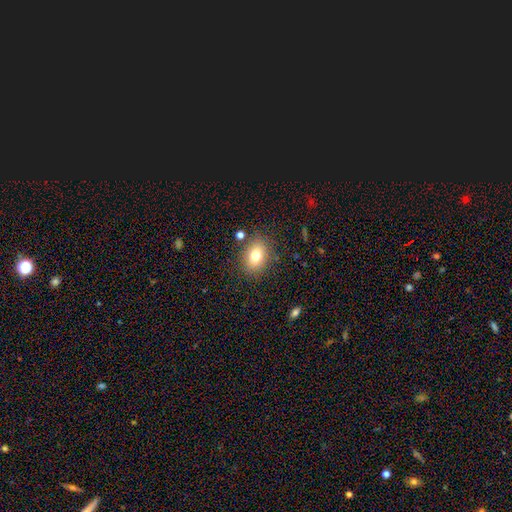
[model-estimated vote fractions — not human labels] Overall: smooth (76%). How rounded: in between (70%). Merging: none (83%).